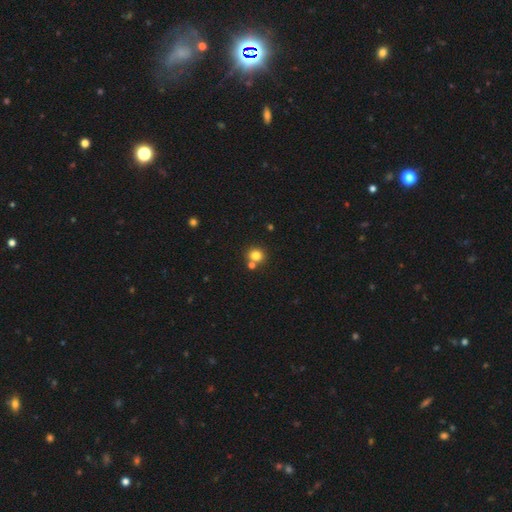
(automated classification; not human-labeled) This appears to be a smooth galaxy with no disk features (80%) that is round (85%). Merging: none (68%).